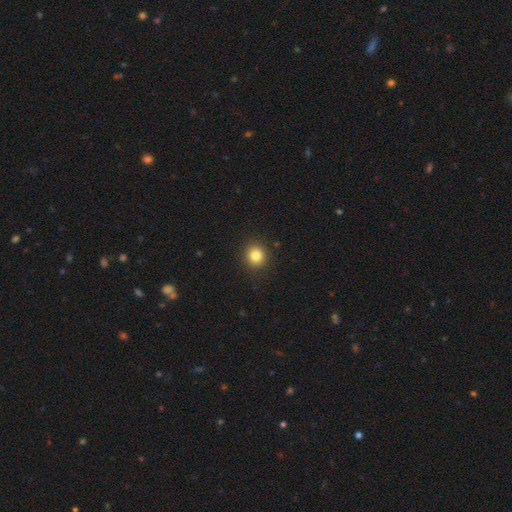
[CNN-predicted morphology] smooth_or_featured: smooth (p=0.82) [alt: star or artifact p=0.12]
how_rounded: round (p=0.90) [alt: in between p=0.10]
merging: none (p=0.91) [alt: minor disturbance p=0.06]